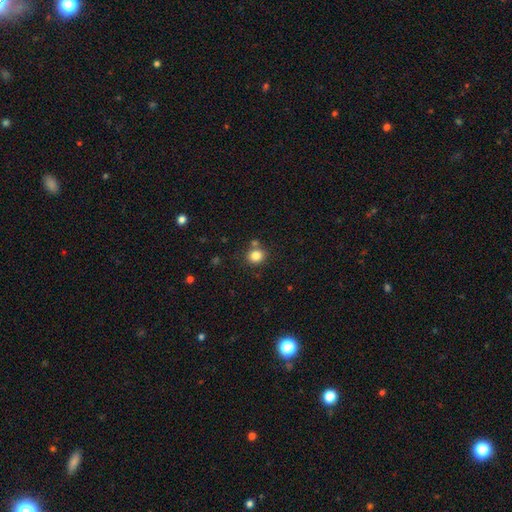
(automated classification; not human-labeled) smooth 83%, star or artifact 11%, featured or disk 6%. Down the decision tree: how rounded — round (80%); merging — none (74%).